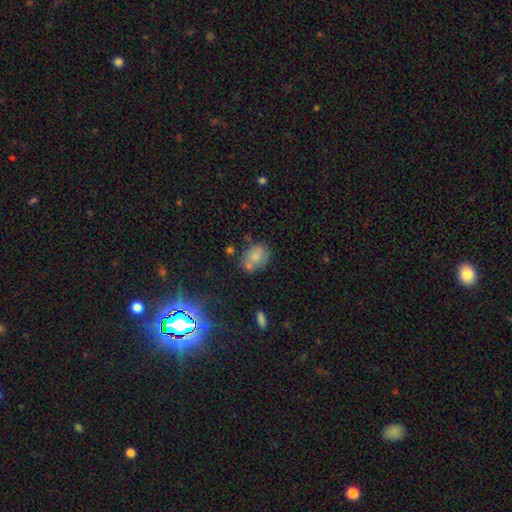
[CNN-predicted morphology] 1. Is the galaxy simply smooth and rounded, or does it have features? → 70% smooth, 19% featured or disk, 11% star or artifact.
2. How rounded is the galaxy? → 63% in between, 36% round, 1% cigar-shaped.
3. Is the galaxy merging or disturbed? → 47% none, 25% merger, 20% minor disturbance, 8% major disturbance.